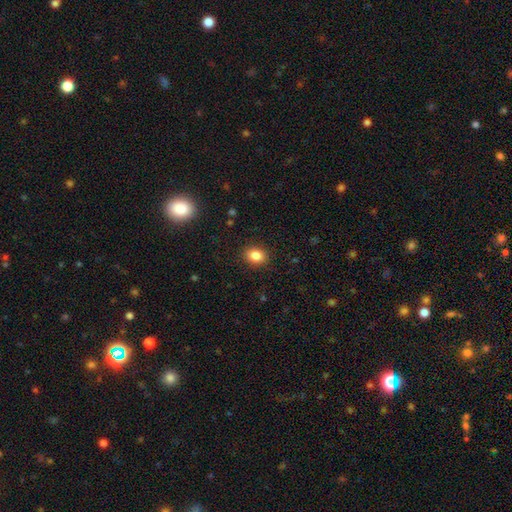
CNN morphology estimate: smooth-or-featured: smooth: 86% | star or artifact: 10% | featured or disk: 5%
  how-rounded: in between: 52% | round: 47% | cigar-shaped: 1%
  merging: none: 89% | minor disturbance: 7% | major disturbance: 2% | merger: 1%